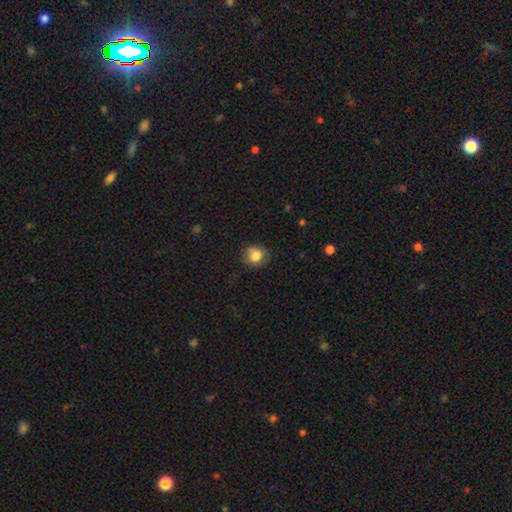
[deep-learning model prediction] smooth-or-featured: smooth: 82% | star or artifact: 10% | featured or disk: 8%
  how-rounded: round: 75% | in between: 24% | cigar-shaped: 1%
  merging: none: 75% | minor disturbance: 19% | major disturbance: 4% | merger: 2%